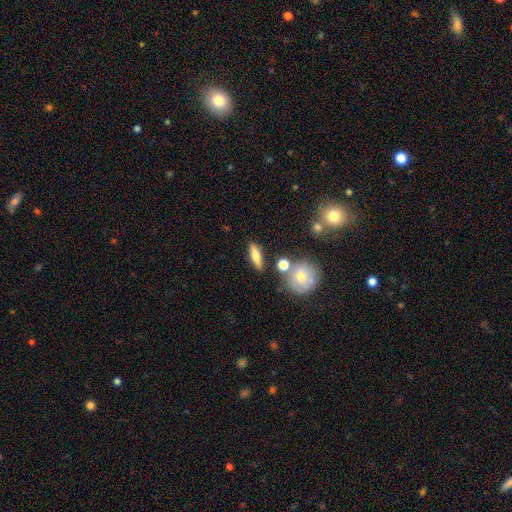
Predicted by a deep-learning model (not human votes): Smooth or featured: smooth — 59% (featured or disk — 33%)
How rounded: cigar-shaped — 55% (in between — 36%)
Merging: none — 81% (minor disturbance — 9%)